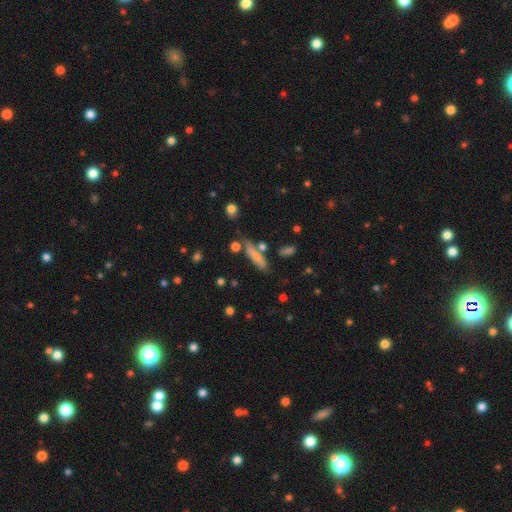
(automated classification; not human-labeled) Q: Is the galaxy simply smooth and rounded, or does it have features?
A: smooth — 70%.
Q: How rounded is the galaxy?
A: cigar-shaped — 74%.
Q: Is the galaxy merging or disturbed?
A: none — 60%.